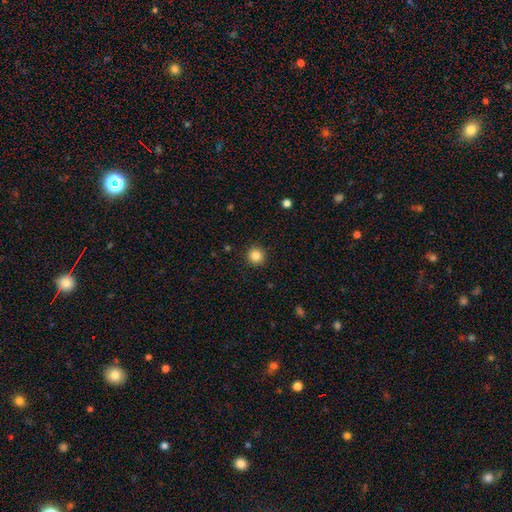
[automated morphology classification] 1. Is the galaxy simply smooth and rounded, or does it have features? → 85% smooth, 11% star or artifact, 5% featured or disk.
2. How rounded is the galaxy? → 95% round, 4% in between, 1% cigar-shaped.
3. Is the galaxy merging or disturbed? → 92% none, 5% minor disturbance, 2% major disturbance, 1% merger.